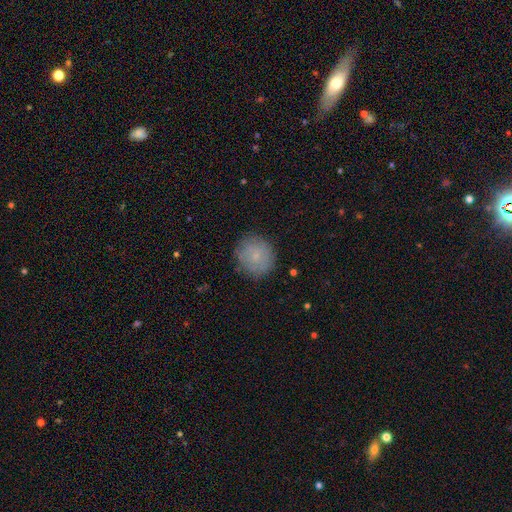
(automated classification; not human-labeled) Smooth or featured?
  - smooth: 73% *
  - featured or disk: 19%
  - star or artifact: 9%
How rounded?
  - round: 88% *
  - in between: 11%
  - cigar-shaped: 1%
Merging?
  - none: 83% *
  - minor disturbance: 12%
  - major disturbance: 3%
  - merger: 1%